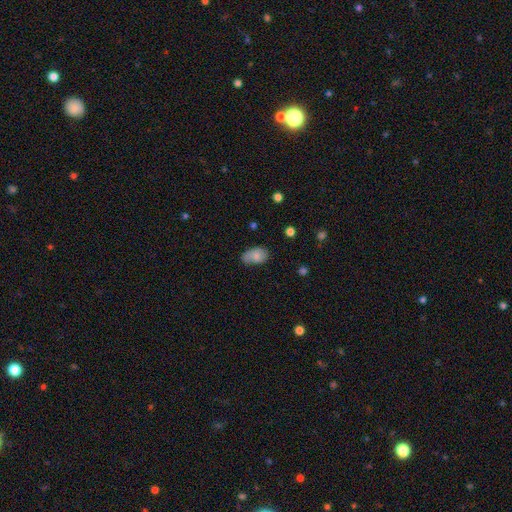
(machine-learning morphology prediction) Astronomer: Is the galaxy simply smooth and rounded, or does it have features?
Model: smooth — 74%.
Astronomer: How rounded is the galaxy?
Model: in between — 88%.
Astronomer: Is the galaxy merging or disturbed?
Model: none — 50% (runner-up: minor disturbance, 36%).